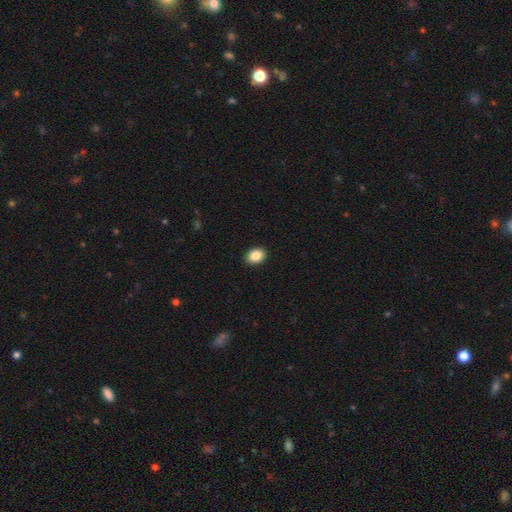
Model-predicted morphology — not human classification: smooth_or_featured: smooth (p=0.87) [alt: star or artifact p=0.08]
how_rounded: in between (p=0.73) [alt: round p=0.26]
merging: none (p=0.91) [alt: minor disturbance p=0.07]